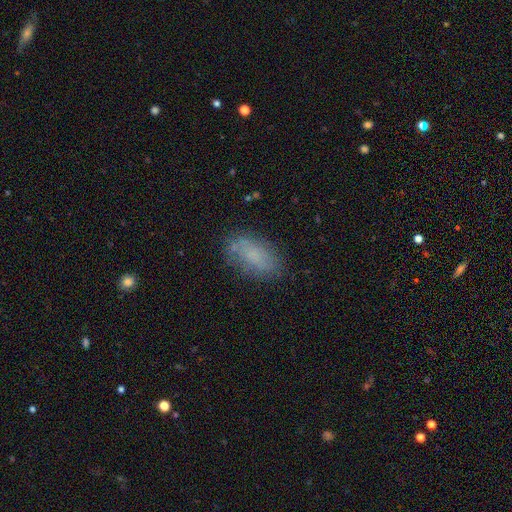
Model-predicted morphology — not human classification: Q: Smooth or featured?
A: smooth (68%); runner-up: featured or disk (18%)
Q: How rounded?
A: in between (90%); runner-up: cigar-shaped (5%)
Q: Merging?
A: none (77%); runner-up: minor disturbance (17%)